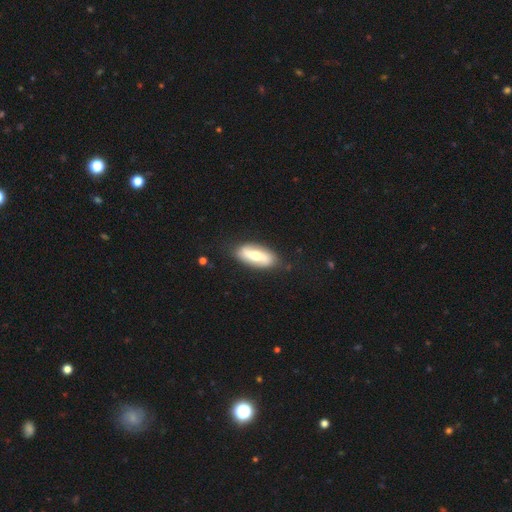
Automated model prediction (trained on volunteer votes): This appears to be a smooth galaxy with no disk features (47%, tied with featured or disk). Merging: none (82%).